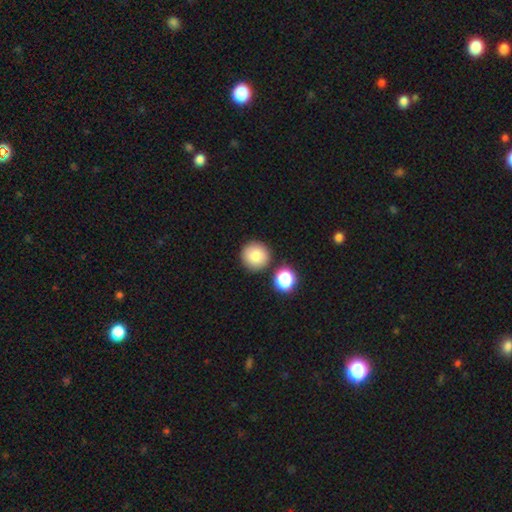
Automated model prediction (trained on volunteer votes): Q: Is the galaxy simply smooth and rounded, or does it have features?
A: smooth — 83%.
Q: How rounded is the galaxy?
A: round — 94%.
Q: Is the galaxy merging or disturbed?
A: none — 84%.